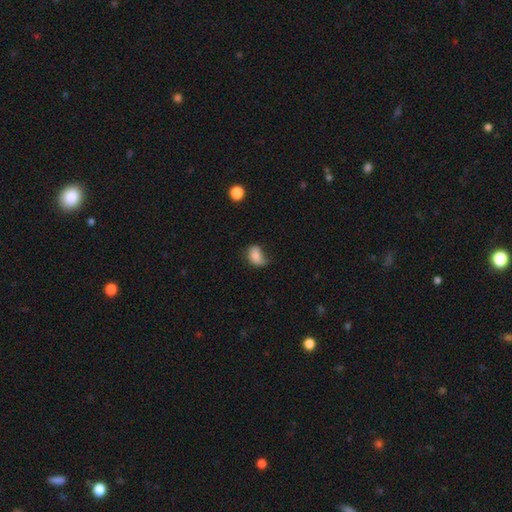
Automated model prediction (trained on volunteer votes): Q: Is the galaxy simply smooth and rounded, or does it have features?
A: smooth — 75%.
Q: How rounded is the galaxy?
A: in between — 79%.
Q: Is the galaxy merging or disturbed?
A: minor disturbance — 37%.